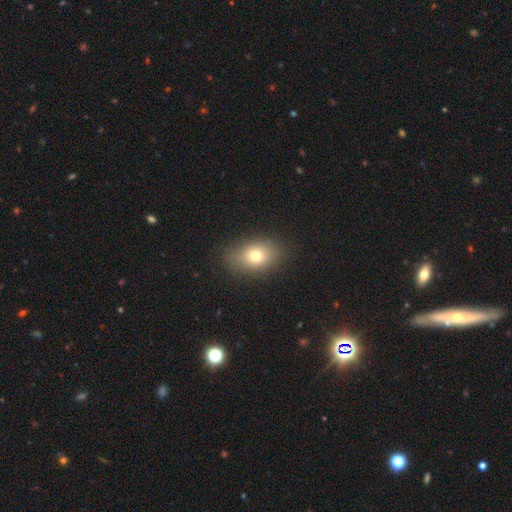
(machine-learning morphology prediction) smooth_or_featured: smooth (p=0.76) [alt: featured or disk p=0.13]
how_rounded: in between (p=0.74) [alt: round p=0.24]
merging: none (p=0.83) [alt: minor disturbance p=0.12]